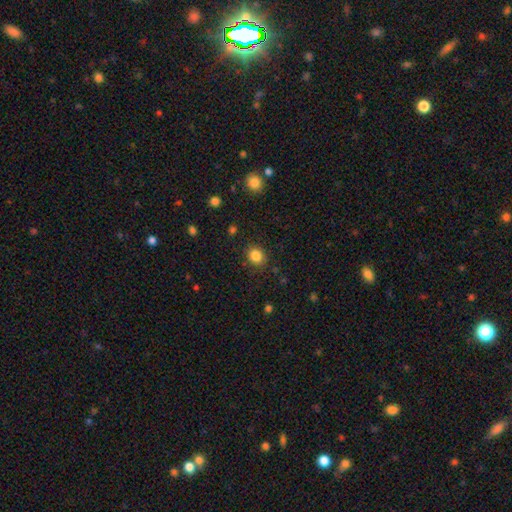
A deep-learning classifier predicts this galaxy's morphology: A smooth galaxy with no disk features (85%) that is round (69%).

Vote fractions:
- Smooth or featured? smooth: 85% / star or artifact: 11% / featured or disk: 5%
- How rounded? round: 69% / in between: 30% / cigar-shaped: 1%
- Merging? none: 86% / minor disturbance: 9% / major disturbance: 3% / merger: 2%